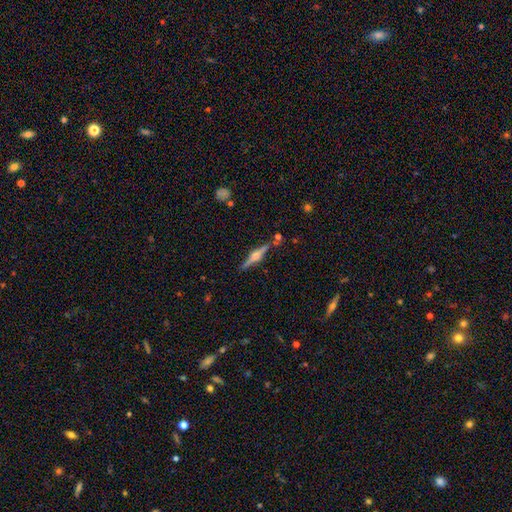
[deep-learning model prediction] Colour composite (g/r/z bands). It shows a featured or disk galaxy (79%) viewed edge-on (98%) with a rounded central bulge (90%). Merging: none (86%).